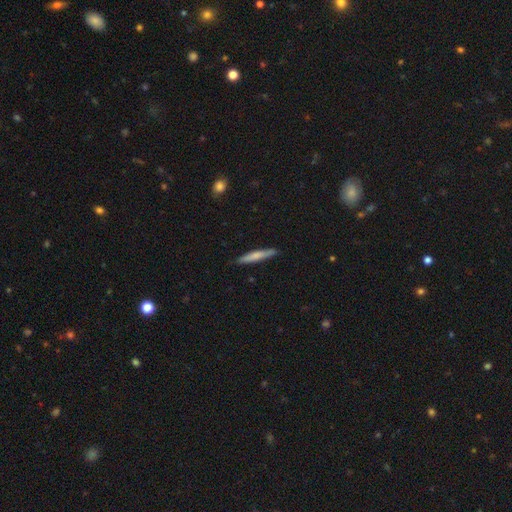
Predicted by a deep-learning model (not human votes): Morphology: type=smooth (67%); roundness=cigar-shaped (94%); merging=none (88%).